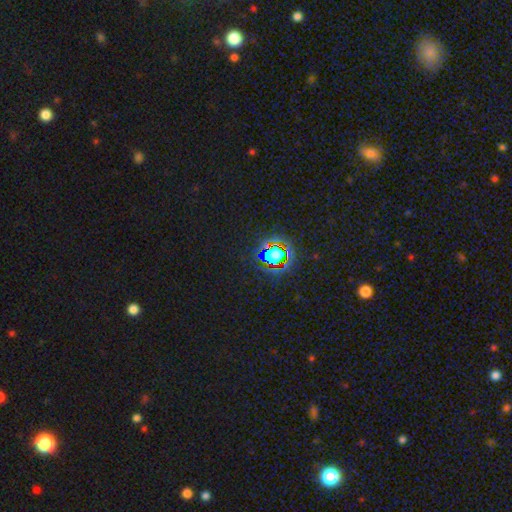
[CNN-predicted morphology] smooth_or_featured: star or artifact (p=0.80) [alt: smooth p=0.13]